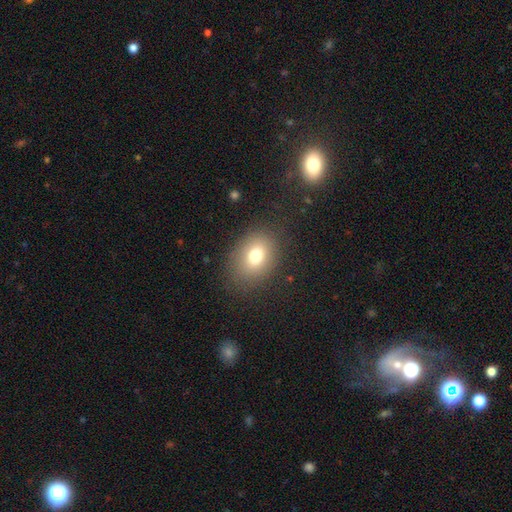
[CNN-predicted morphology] Smooth or featured? Predicted: smooth (p=0.75). How rounded? Predicted: in between (p=0.60). Merging? Predicted: none (p=0.82).